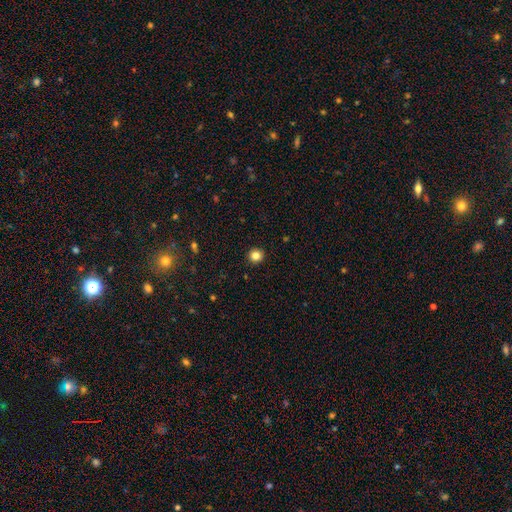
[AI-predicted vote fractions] This is clearly a smooth galaxy (84%). How rounded: clearly round (94%). Merging: clearly none (93%).